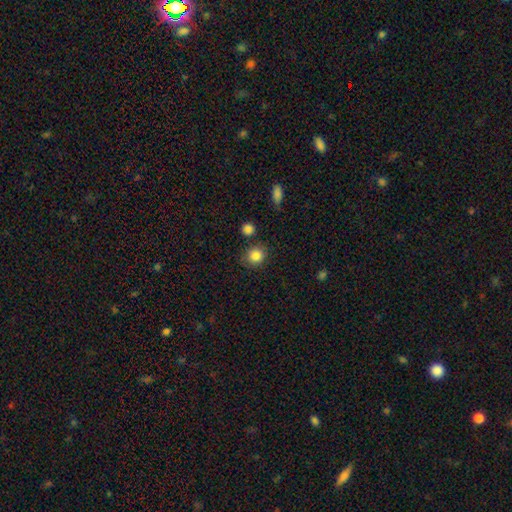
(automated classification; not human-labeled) A smooth galaxy with no disk features (85%) that is round (85%). Merging: none (82%).